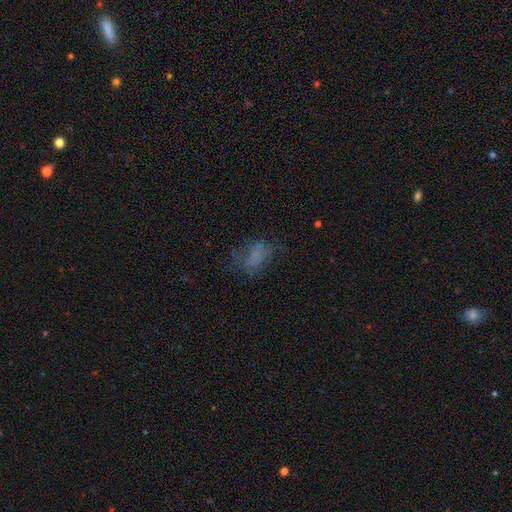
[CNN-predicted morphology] Q: Smooth or featured?
A: smooth (52%); runner-up: featured or disk (29%)
Q: How rounded?
A: in between (81%); runner-up: round (16%)
Q: Merging?
A: none (47%); runner-up: major disturbance (28%)